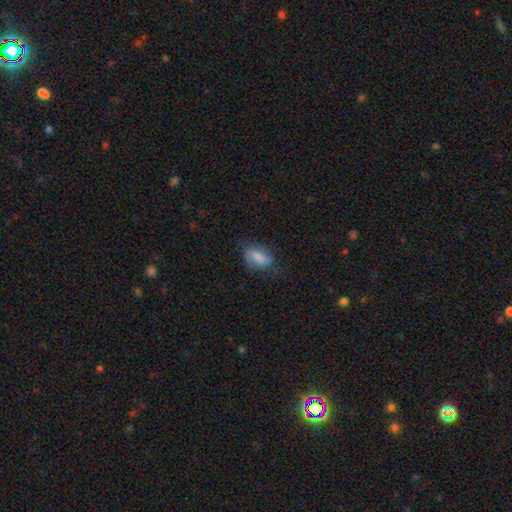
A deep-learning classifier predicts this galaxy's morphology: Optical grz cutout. It shows a smooth galaxy with no disk features (53%) that is in between round and cigar-shaped (84%). Merging: none (61%).